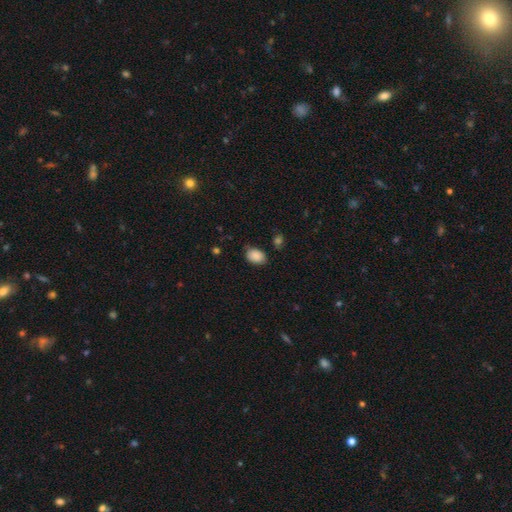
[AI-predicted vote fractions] This is clearly a smooth galaxy (88%). How rounded: likely in between (79%). Merging: likely none (75%).